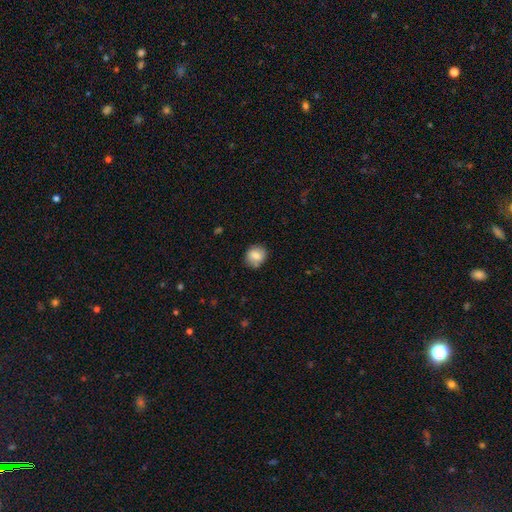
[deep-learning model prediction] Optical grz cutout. It shows a smooth galaxy with no disk features (78%) that is round (78%). Merging: none (79%).